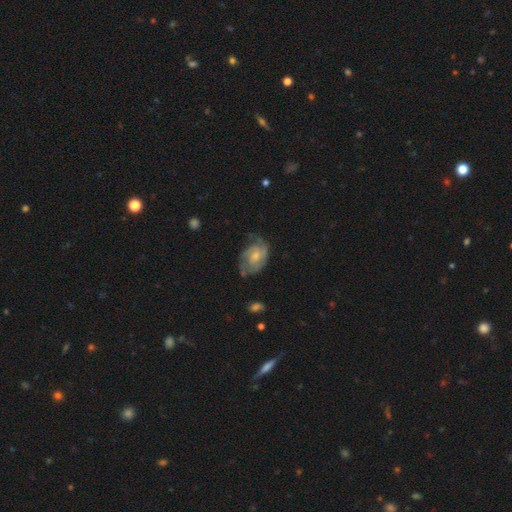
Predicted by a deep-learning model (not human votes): This appears to be a featured or disk galaxy (69%) with no bar (67%), 2 (39%) tight (44%) spiral arms (87%) and a small central bulge (47%). Merging: none (54%).